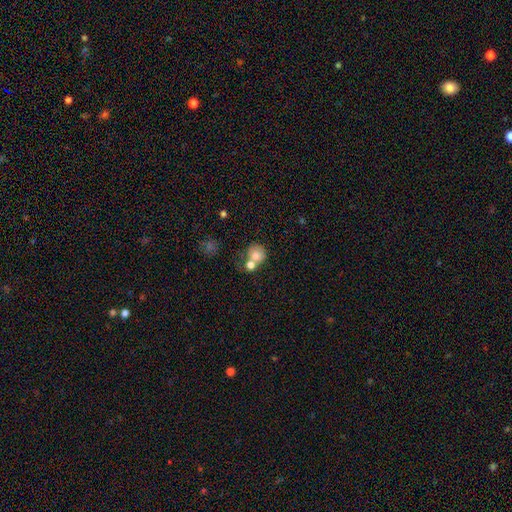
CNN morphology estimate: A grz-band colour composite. It shows a smooth galaxy with no disk features (75%) that is round (79%). Merging: merger (48%).